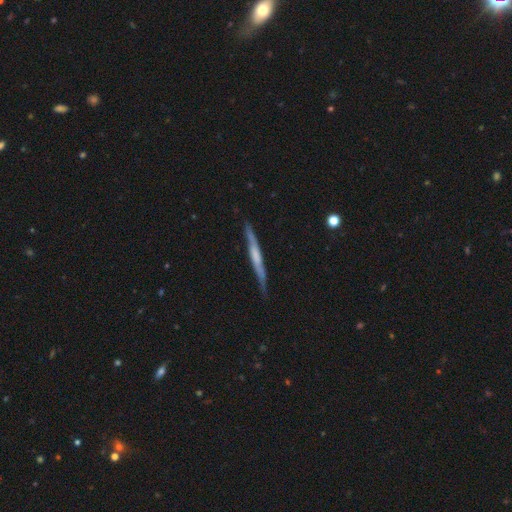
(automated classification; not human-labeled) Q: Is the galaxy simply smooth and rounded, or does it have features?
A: featured or disk — 59%.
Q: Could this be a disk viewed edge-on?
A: yes — 95%.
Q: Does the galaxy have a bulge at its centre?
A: none — 51%.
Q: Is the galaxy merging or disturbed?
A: none — 82%.